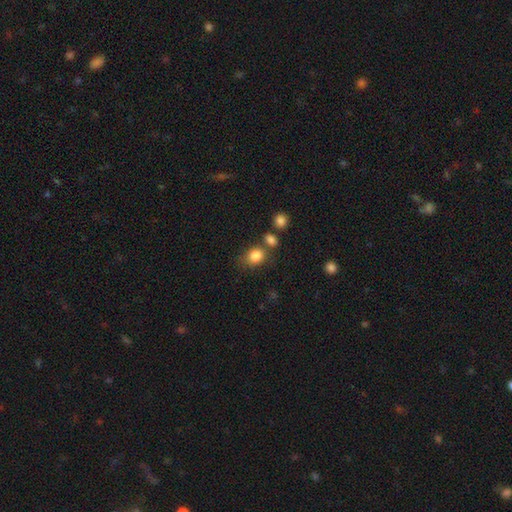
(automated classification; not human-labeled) smooth-or-featured: smooth: 84% | star or artifact: 11% | featured or disk: 6%
  how-rounded: round: 56% | in between: 43% | cigar-shaped: 1%
  merging: none: 61% | minor disturbance: 17% | merger: 16% | major disturbance: 6%